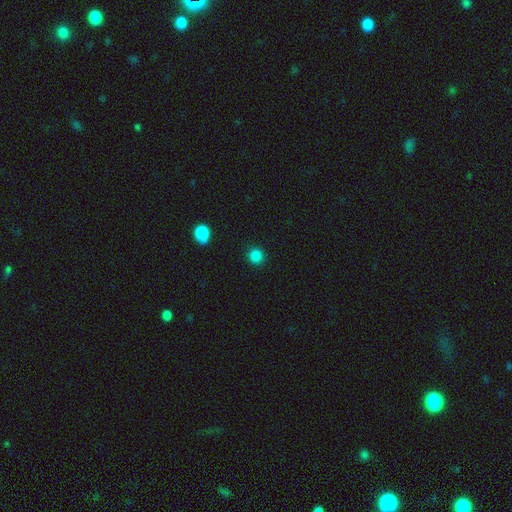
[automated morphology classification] smooth-or-featured: smooth: 86% | star or artifact: 12% | featured or disk: 3%
  how-rounded: round: 91% | in between: 8% | cigar-shaped: 1%
  merging: none: 90% | minor disturbance: 7% | major disturbance: 2% | merger: 1%